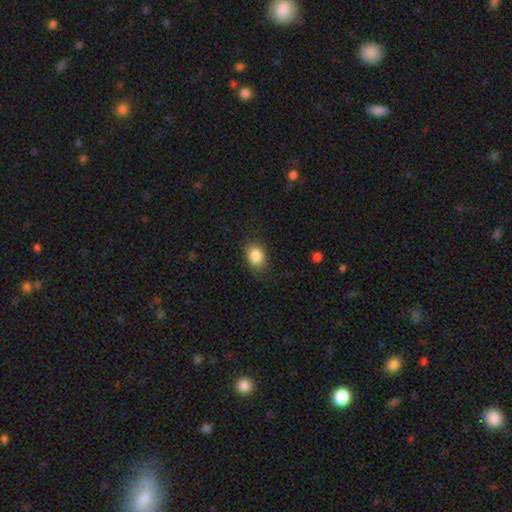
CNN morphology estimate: Q: Smooth or featured?
A: smooth (85%); runner-up: star or artifact (8%)
Q: How rounded?
A: in between (62%); runner-up: round (36%)
Q: Merging?
A: none (78%); runner-up: minor disturbance (16%)